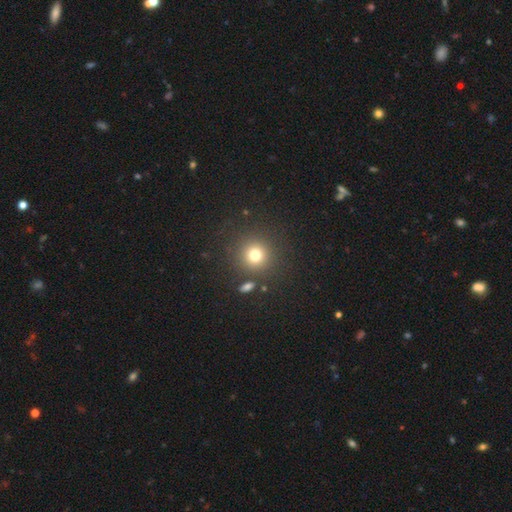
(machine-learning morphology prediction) Overall: smooth (75%). How rounded: round (94%). Merging: none (86%).